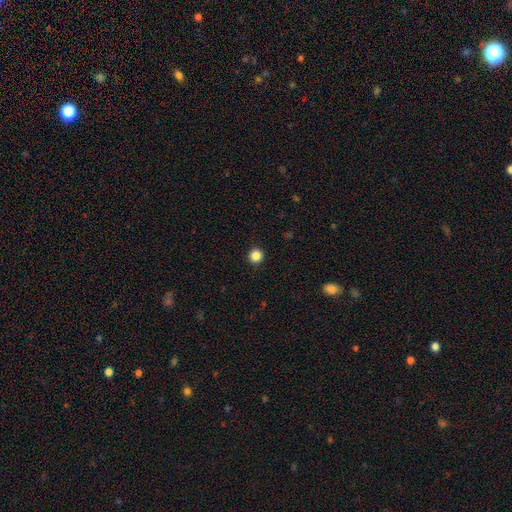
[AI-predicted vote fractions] A smooth galaxy with no disk features (86%) that is round (95%).

Vote fractions:
- Smooth or featured? smooth: 86% / star or artifact: 11% / featured or disk: 3%
- How rounded? round: 95% / in between: 4% / cigar-shaped: 1%
- Merging? none: 93% / minor disturbance: 4% / major disturbance: 2% / merger: 1%